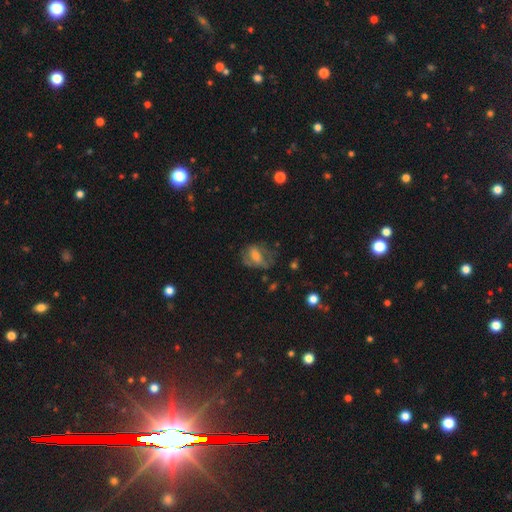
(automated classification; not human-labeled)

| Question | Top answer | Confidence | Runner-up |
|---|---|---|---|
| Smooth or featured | smooth | 47% | featured or disk (43%) |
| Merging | none | 41% | major disturbance (31%) |